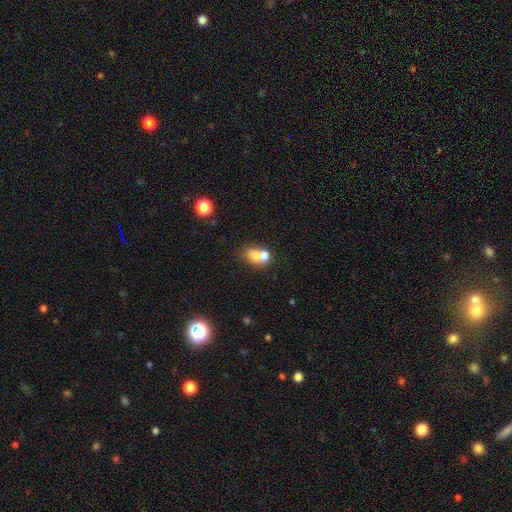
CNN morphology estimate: This appears to be a smooth galaxy with no disk features (71%) that is in between round and cigar-shaped (55%). Merging: merger (60%).